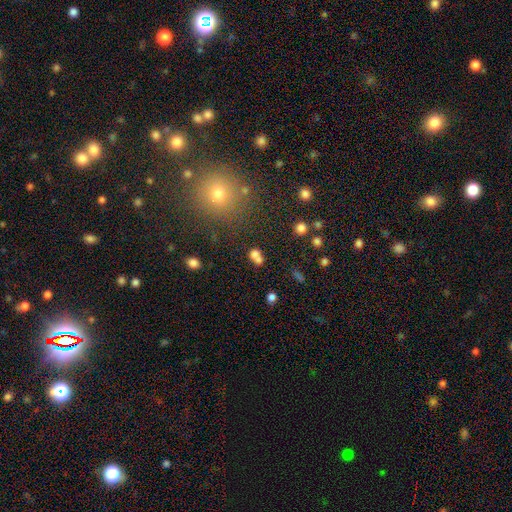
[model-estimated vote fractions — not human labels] smooth-or-featured: smooth: 70% | star or artifact: 16% | featured or disk: 15%
  how-rounded: round: 52% | in between: 46% | cigar-shaped: 2%
  merging: merger: 56% | none: 30% | minor disturbance: 8% | major disturbance: 5%